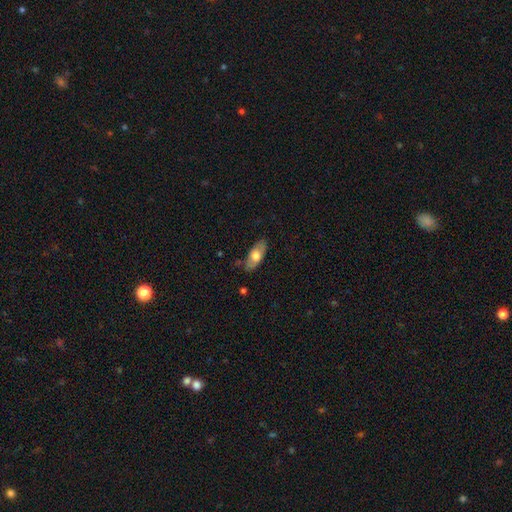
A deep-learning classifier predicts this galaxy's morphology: Smooth or featured: smooth — 60% (featured or disk — 34%)
How rounded: in between — 84% (cigar-shaped — 13%)
Merging: none — 79% (minor disturbance — 16%)